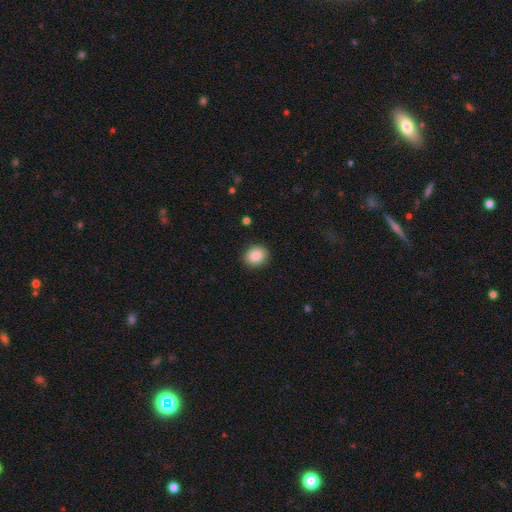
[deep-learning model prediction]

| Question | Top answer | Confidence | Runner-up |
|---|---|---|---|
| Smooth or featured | smooth | 88% | star or artifact (8%) |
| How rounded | round | 67% | in between (32%) |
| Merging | none | 90% | minor disturbance (7%) |